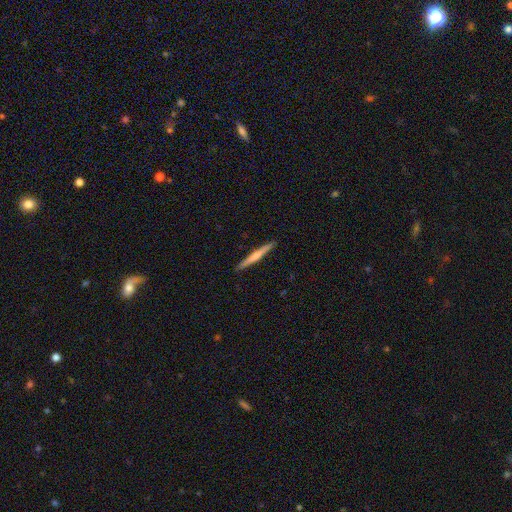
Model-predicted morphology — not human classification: This appears to be a featured or disk galaxy (56%) viewed edge-on (98%) with a rounded central bulge (60%). Merging: none (92%).